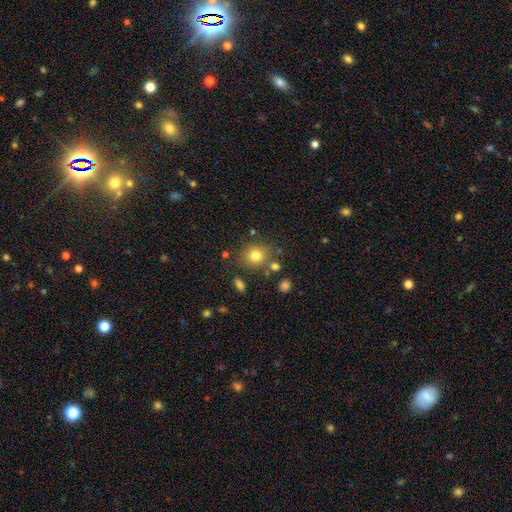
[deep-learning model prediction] Overall: smooth (78%). How rounded: round (78%). Merging: none (75%).